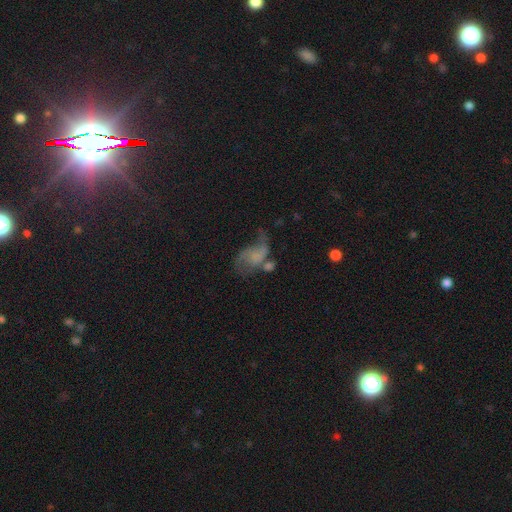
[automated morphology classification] smooth_or_featured: featured or disk (p=0.49) [alt: smooth p=0.38]
merging: major disturbance (p=0.36) [alt: none p=0.24]